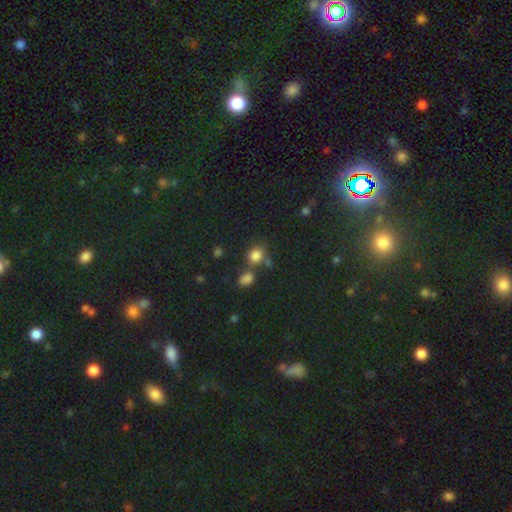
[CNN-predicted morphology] Smooth or featured?
  - smooth: 79% *
  - star or artifact: 15%
  - featured or disk: 6%
How rounded?
  - round: 66% *
  - in between: 33%
  - cigar-shaped: 1%
Merging?
  - none: 55% *
  - merger: 27%
  - minor disturbance: 13%
  - major disturbance: 6%